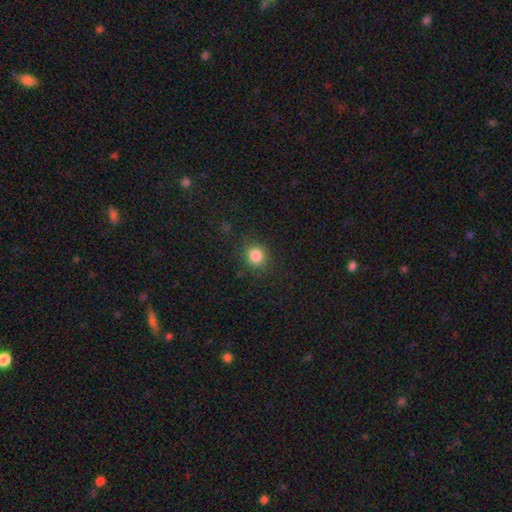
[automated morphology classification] Q: Smooth or featured?
A: smooth (84%); runner-up: star or artifact (12%)
Q: How rounded?
A: round (87%); runner-up: in between (12%)
Q: Merging?
A: none (86%); runner-up: minor disturbance (9%)